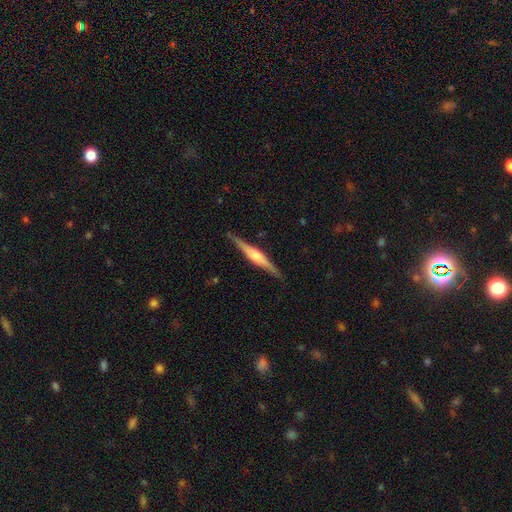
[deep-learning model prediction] smooth_or_featured: featured or disk (p=0.75) [alt: smooth p=0.20]
disk_edge_on: yes (p=0.98) [alt: no p=0.02]
edge_on_bulge: rounded (p=0.72) [alt: boxy p=0.21]
merging: none (p=0.89) [alt: minor disturbance p=0.08]